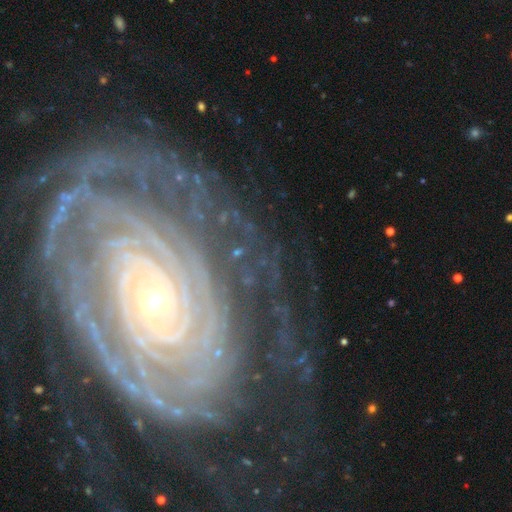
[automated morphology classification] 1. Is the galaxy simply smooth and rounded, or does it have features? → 90% featured or disk, 6% star or artifact, 4% smooth.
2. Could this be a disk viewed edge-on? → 97% no, 3% yes.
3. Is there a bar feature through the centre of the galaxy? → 73% no, 16% weak, 11% strong.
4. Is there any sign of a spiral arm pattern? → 98% yes, 2% no.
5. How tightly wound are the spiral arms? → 85% tight, 12% medium, 3% loose.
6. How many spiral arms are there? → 23% can't tell, 20% more than 4, 20% 2, 14% 4, 13% 3, 9% 1.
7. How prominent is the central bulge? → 77% small, 19% moderate, 2% large, 1% none, 1% dominant.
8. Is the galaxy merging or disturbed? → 71% none, 16% minor disturbance, 12% major disturbance, 2% merger.